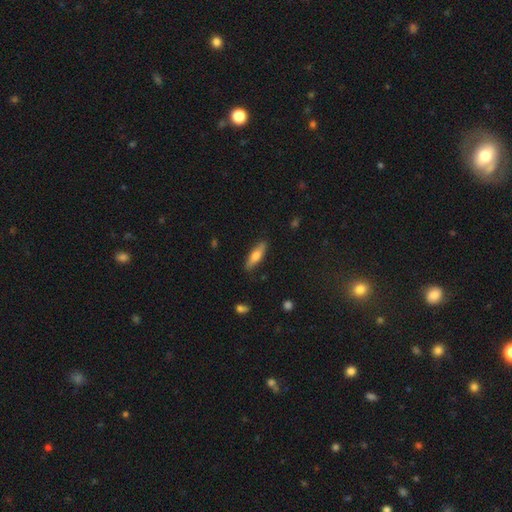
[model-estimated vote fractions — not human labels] Smooth or featured? smooth (65%)
How rounded? cigar-shaped (60%)
Merging? none (86%)